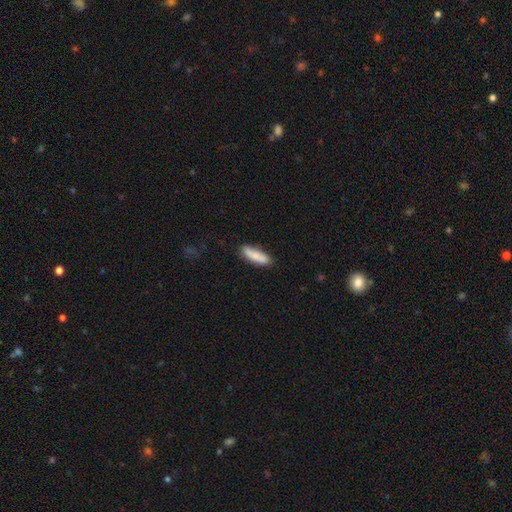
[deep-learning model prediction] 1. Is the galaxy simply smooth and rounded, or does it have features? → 81% smooth, 13% featured or disk, 6% star or artifact.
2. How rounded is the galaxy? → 54% cigar-shaped, 44% in between, 2% round.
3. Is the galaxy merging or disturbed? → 75% none, 18% minor disturbance, 3% merger, 3% major disturbance.